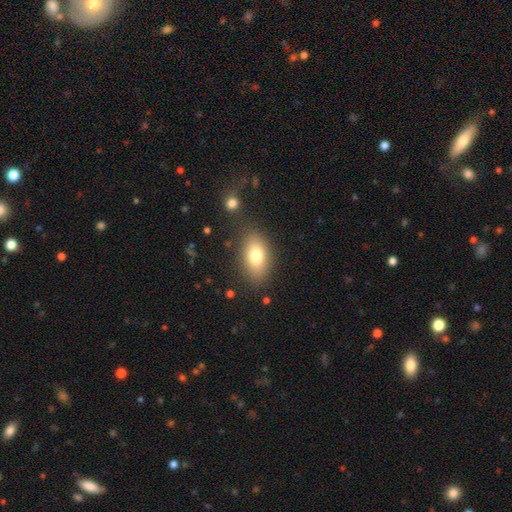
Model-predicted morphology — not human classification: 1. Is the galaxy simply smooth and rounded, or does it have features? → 76% smooth, 15% featured or disk, 9% star or artifact.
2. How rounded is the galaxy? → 88% in between, 9% round, 3% cigar-shaped.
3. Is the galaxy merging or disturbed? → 79% none, 12% minor disturbance, 4% major disturbance, 4% merger.